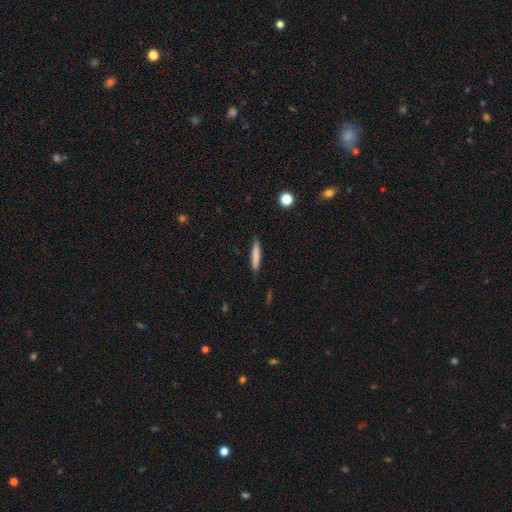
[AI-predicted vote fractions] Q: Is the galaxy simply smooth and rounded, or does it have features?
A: smooth — 78%.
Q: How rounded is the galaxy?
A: cigar-shaped — 92%.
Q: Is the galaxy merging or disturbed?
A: none — 87%.